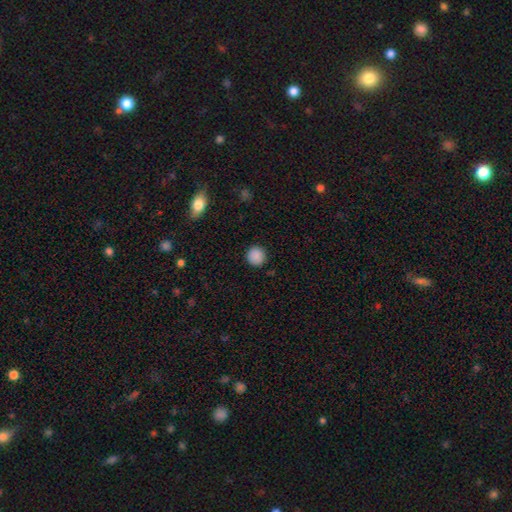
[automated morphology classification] This appears to be a smooth galaxy with no disk features (88%) that is round (92%). Merging: none (90%).